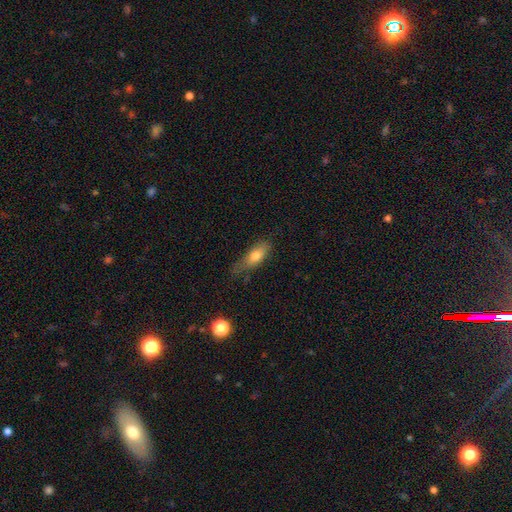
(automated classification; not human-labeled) smooth 73%, featured or disk 20%, star or artifact 7%. Down the decision tree: how rounded — in between (64%); merging — none (54%).